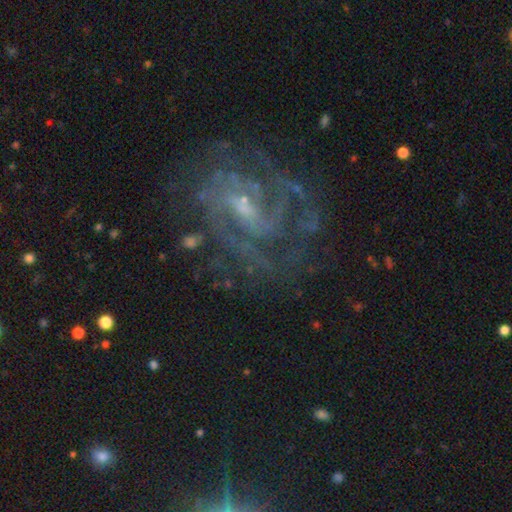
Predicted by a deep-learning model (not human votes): featured or disk 79%, star or artifact 14%, smooth 7%. Down the decision tree: edge-on disk — no (97%); bar — weak (51%); spiral arms — yes (91%); spiral arm count — can't tell (35%); spiral winding — tight (49%); bulge size — small (58%); merging — none (71%).